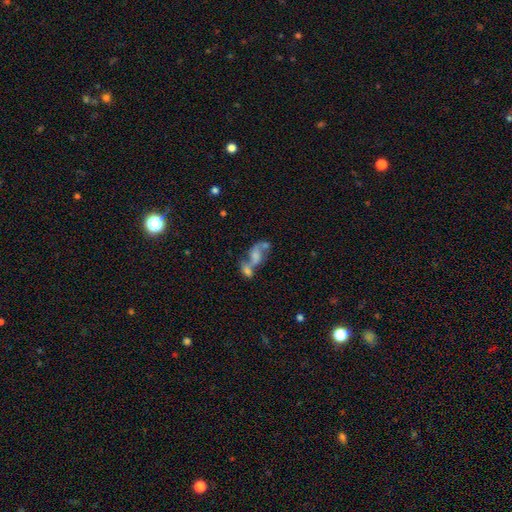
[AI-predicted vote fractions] Smooth or featured?
  - featured or disk: 57% *
  - smooth: 31%
  - star or artifact: 11%
Edge-on disk?
  - no: 96% *
  - yes: 4%
Bar?
  - no: 63% *
  - weak: 27%
  - strong: 9%
Spiral arms?
  - yes: 69% *
  - no: 31%
Bulge size?
  - none: 41% *
  - small: 25%
  - moderate: 22%
  - large: 9%
  - dominant: 2%
Merging?
  - merger: 61% *
  - none: 19%
  - major disturbance: 11%
  - minor disturbance: 9%